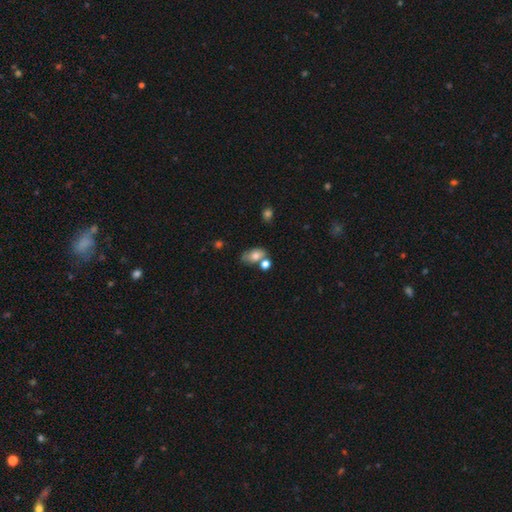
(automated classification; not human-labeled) smooth 70%, featured or disk 20%, star or artifact 10%. Down the decision tree: how rounded — in between (83%); merging — none (51%).